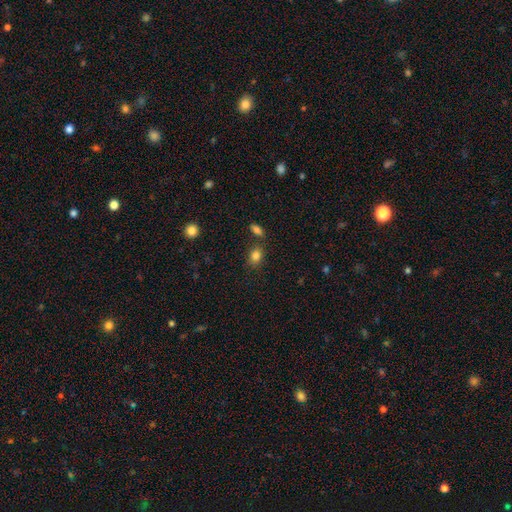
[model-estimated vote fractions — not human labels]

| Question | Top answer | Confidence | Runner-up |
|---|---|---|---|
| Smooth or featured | smooth | 83% | star or artifact (11%) |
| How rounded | in between | 61% | round (38%) |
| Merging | none | 73% | minor disturbance (13%) |